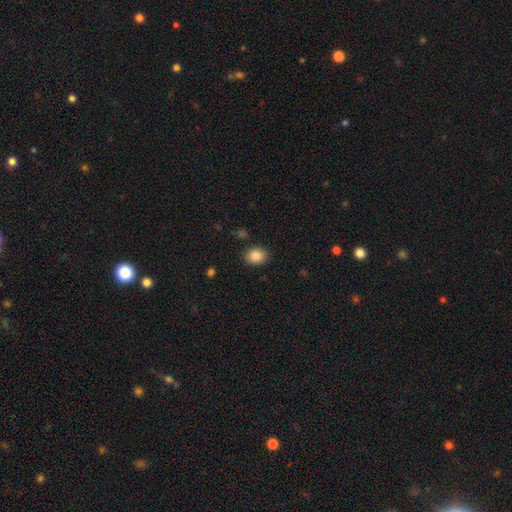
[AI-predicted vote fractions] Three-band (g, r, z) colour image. It shows a smooth galaxy with no disk features (85%) that is round (50%). Merging: none (88%).